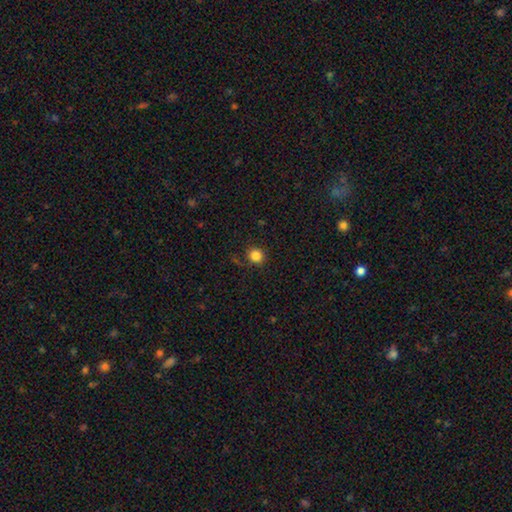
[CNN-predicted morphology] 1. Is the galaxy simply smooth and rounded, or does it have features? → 83% smooth, 12% star or artifact, 4% featured or disk.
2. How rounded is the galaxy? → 87% round, 12% in between, 1% cigar-shaped.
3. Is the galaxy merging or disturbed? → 85% none, 10% minor disturbance, 3% major disturbance, 2% merger.